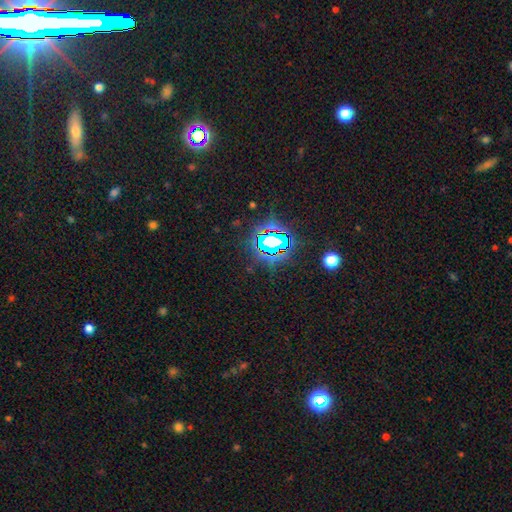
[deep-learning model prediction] A star or artifact, not a galaxy (80%).